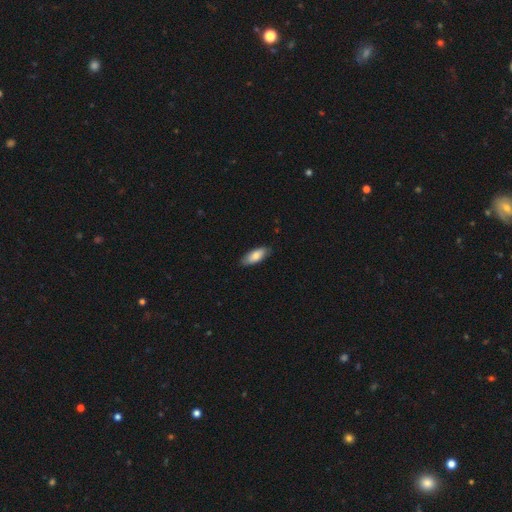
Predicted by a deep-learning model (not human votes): Morphology: type=smooth (81%); roundness=in between (79%); merging=none (84%).